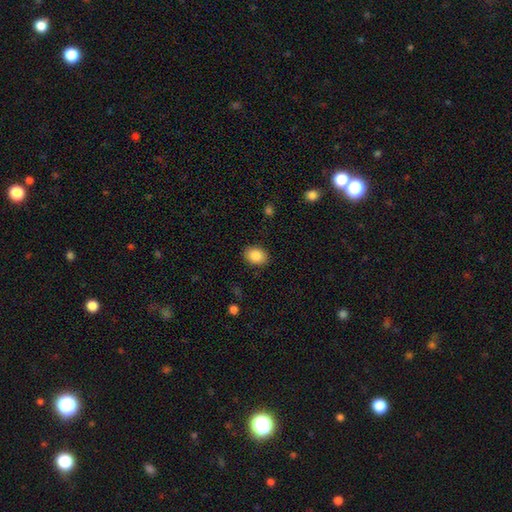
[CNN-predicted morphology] smooth_or_featured: smooth (p=0.86) [alt: star or artifact p=0.08]
how_rounded: in between (p=0.63) [alt: round p=0.37]
merging: none (p=0.88) [alt: minor disturbance p=0.08]